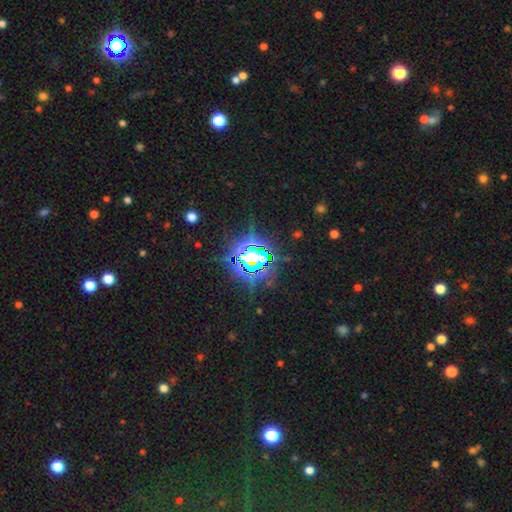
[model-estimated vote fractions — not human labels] Overall: star or artifact (80%).